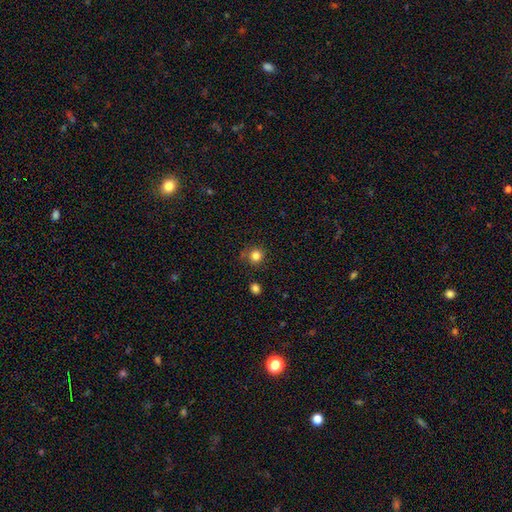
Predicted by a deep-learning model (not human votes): smooth-or-featured: smooth: 82% | star or artifact: 13% | featured or disk: 5%
  how-rounded: round: 90% | in between: 9% | cigar-shaped: 1%
  merging: none: 81% | minor disturbance: 10% | merger: 5% | major disturbance: 3%